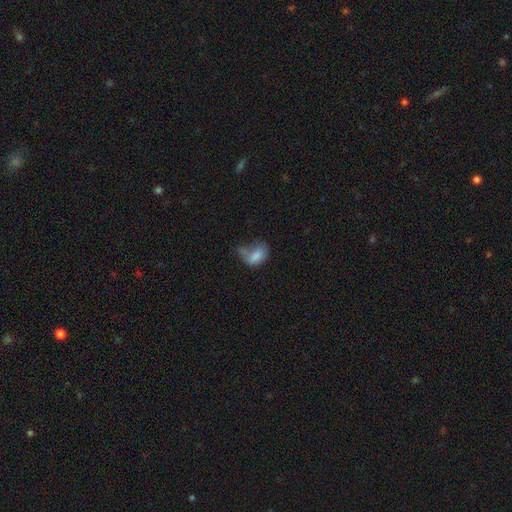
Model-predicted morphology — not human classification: Overall: smooth (75%). How rounded: in between (82%). Merging: major disturbance (36%; minor disturbance 27%).